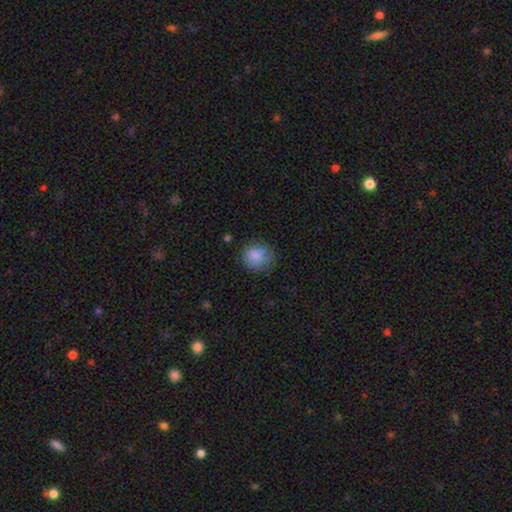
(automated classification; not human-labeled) Smooth or featured? Predicted: smooth (p=0.85). How rounded? Predicted: round (p=0.79). Merging? Predicted: none (p=0.71).